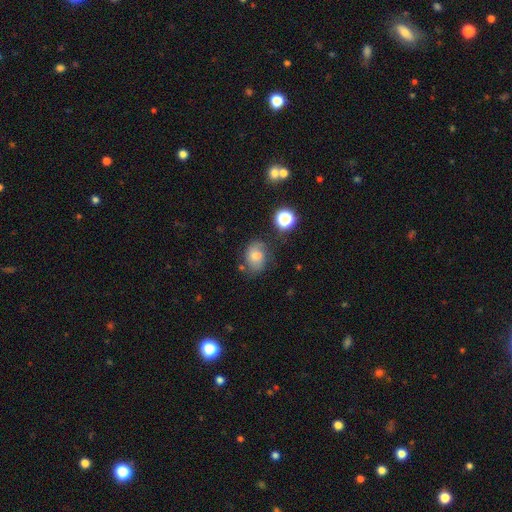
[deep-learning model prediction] Overall: smooth (55%; featured or disk 31%). How rounded: in between (61%; round 38%). Merging: none (56%; minor disturbance 26%).